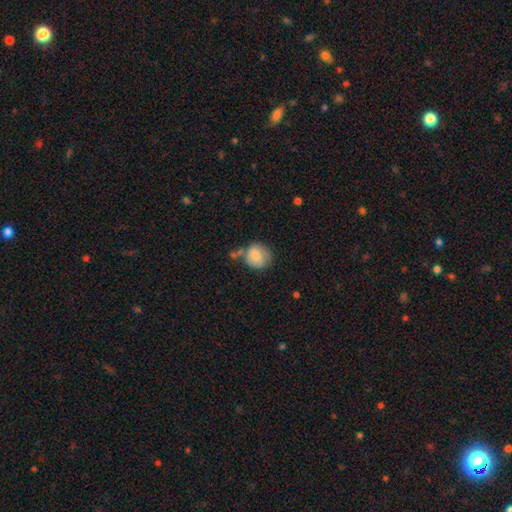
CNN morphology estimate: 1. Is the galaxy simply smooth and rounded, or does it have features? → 78% smooth, 15% featured or disk, 8% star or artifact.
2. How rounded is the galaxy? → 81% round, 18% in between, 1% cigar-shaped.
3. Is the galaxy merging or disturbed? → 55% none, 23% minor disturbance, 13% merger, 8% major disturbance.